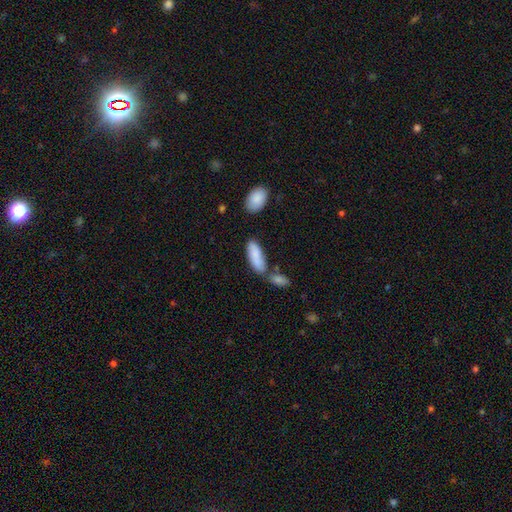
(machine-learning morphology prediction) smooth_or_featured: smooth (p=0.82) [alt: featured or disk p=0.12]
how_rounded: in between (p=0.71) [alt: cigar-shaped p=0.27]
merging: none (p=0.51) [alt: merger p=0.25]